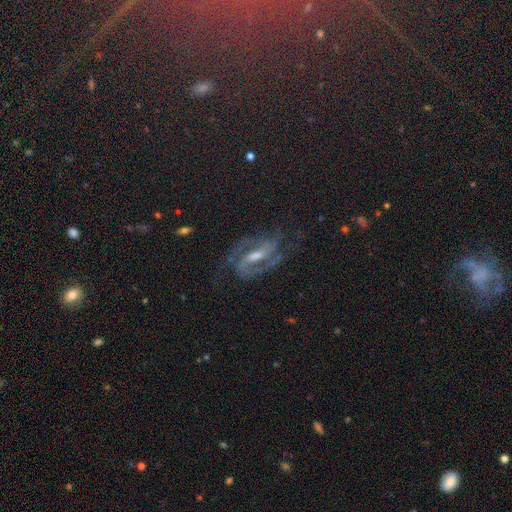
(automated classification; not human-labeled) This appears to be a featured or disk galaxy (78%) with a weak bar (44%), 2 (84%) medium (55%) spiral arms (96%) and a moderate central bulge (49%). Merging: none (73%).